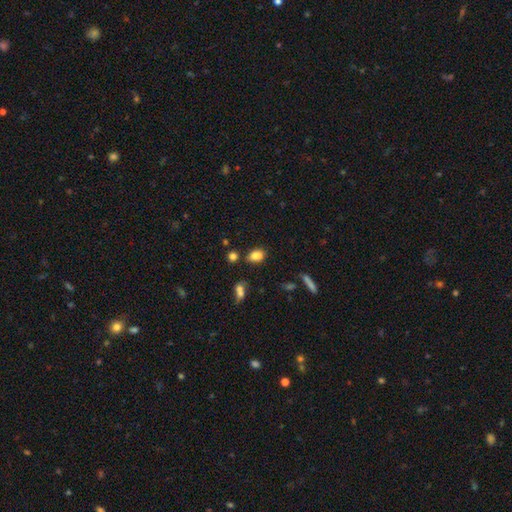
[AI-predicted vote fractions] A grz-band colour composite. It shows a smooth galaxy with no disk features (82%) that is in between round and cigar-shaped (82%). Merging: none (76%).